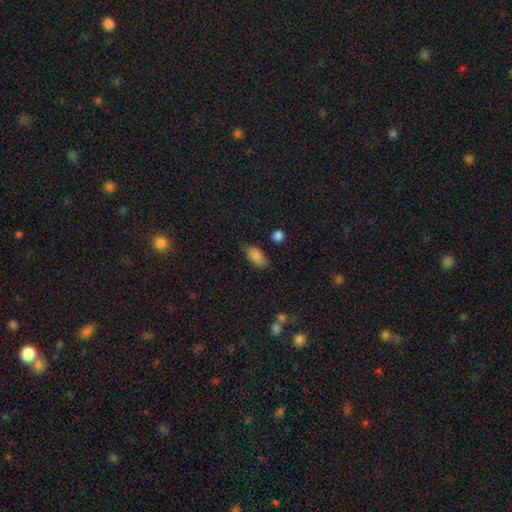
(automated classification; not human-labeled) Smooth or featured? Predicted: smooth (p=0.80). How rounded? Predicted: in between (p=0.89). Merging? Predicted: none (p=0.67).